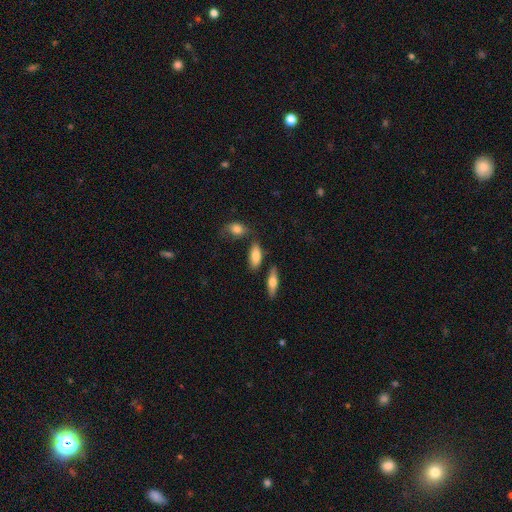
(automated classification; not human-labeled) Morphology: type=smooth (78%); roundness=in between (82%); merging=none (69%).